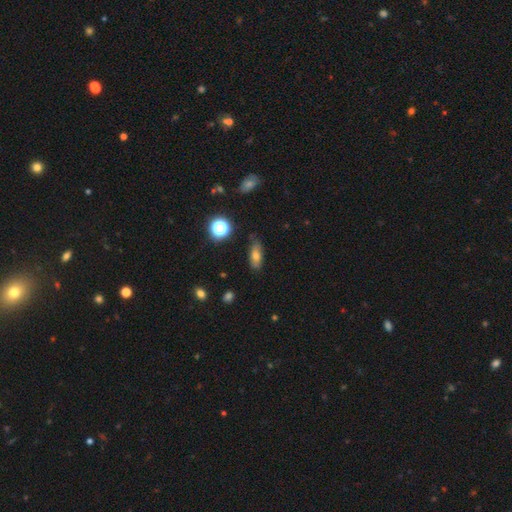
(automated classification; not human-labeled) This appears to be a smooth galaxy with no disk features (68%) that is in between round and cigar-shaped (71%). Merging: none (73%).